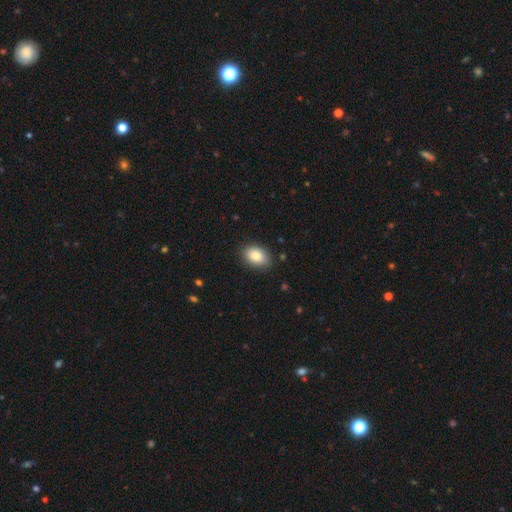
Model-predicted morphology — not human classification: type=smooth (85%); roundness=in between (84%); merging=none (85%).